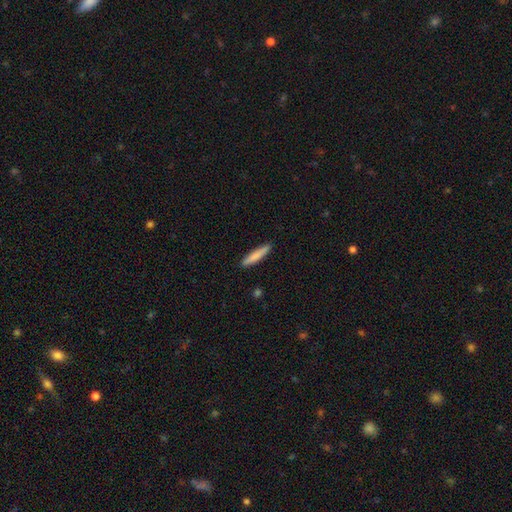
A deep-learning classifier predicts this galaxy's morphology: smooth_or_featured: smooth (p=0.81) [alt: featured or disk p=0.13]
how_rounded: cigar-shaped (p=0.91) [alt: in between p=0.08]
merging: none (p=0.89) [alt: minor disturbance p=0.08]